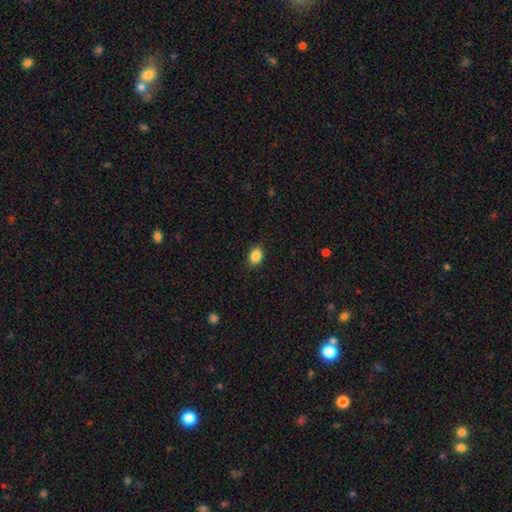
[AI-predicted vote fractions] Smooth or featured? Predicted: smooth (p=0.87). How rounded? Predicted: in between (p=0.64). Merging? Predicted: none (p=0.87).